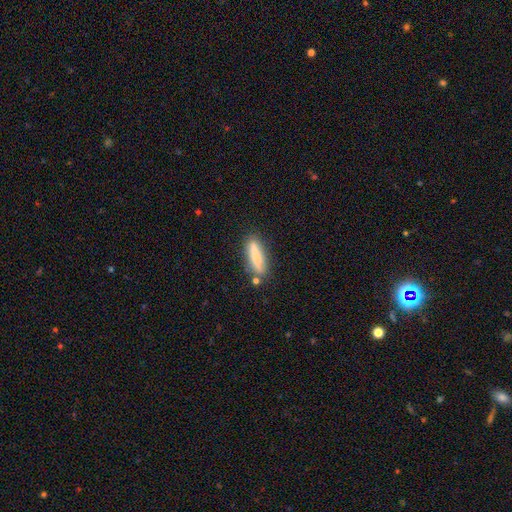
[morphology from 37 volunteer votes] smooth_or_featured: smooth (p=0.86) [alt: featured or disk p=0.11]
how_rounded: cigar-shaped (p=0.84) [alt: in between p=0.16]
merging: none (p=0.83) [alt: merger p=0.08]